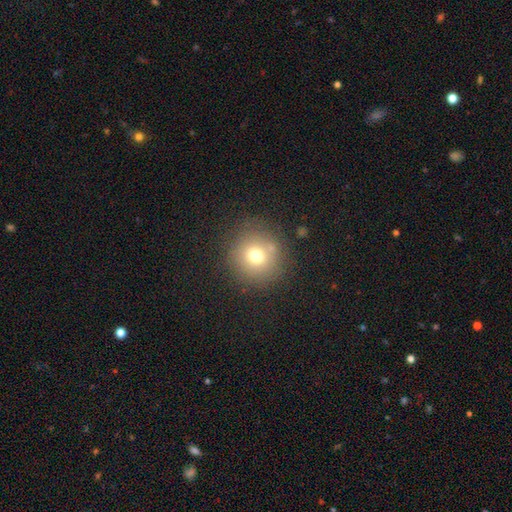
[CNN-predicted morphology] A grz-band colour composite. It shows a smooth galaxy with no disk features (71%) that is round (94%). Merging: none (81%).